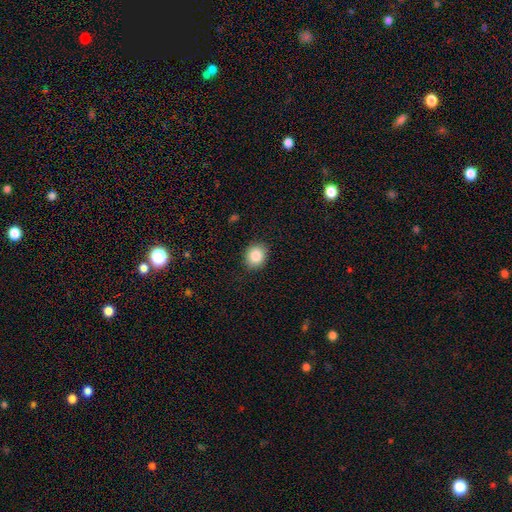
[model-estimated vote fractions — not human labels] Morphology: type=smooth (86%); roundness=round (67%); merging=none (88%).